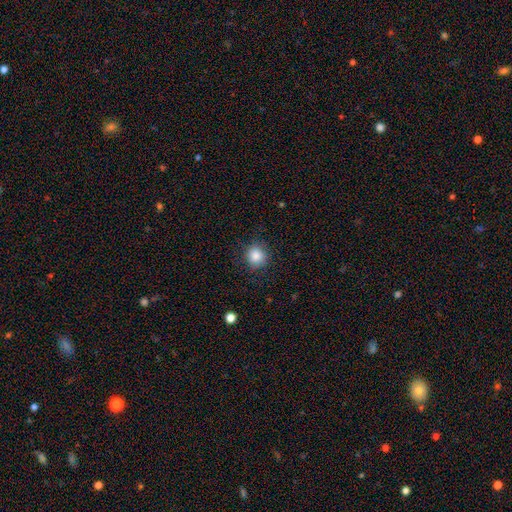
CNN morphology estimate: smooth_or_featured: smooth (p=0.85) [alt: star or artifact p=0.10]
how_rounded: round (p=0.84) [alt: in between p=0.15]
merging: none (p=0.85) [alt: minor disturbance p=0.11]